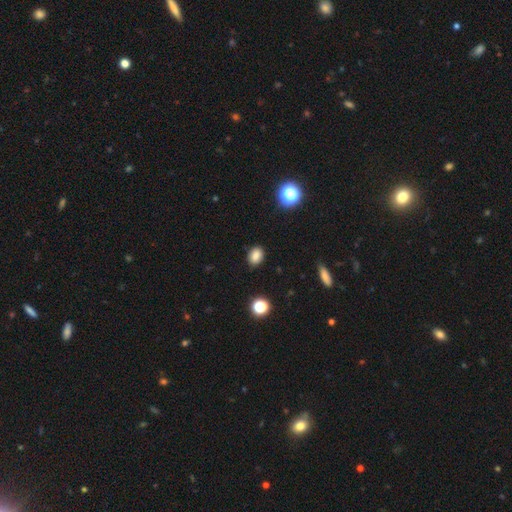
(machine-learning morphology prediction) The model was most divided on "how rounded": in between: 67%, round: 32%, cigar-shaped: 1%. More confident: merging — none (88%); smooth or featured — smooth (84%).